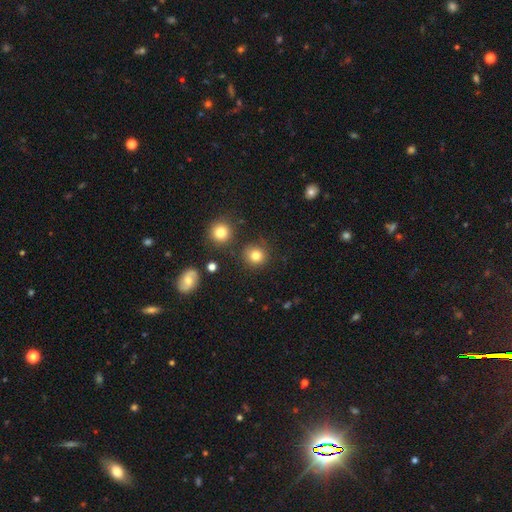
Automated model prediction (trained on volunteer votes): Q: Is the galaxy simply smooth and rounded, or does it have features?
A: smooth — 81%.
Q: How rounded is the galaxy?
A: round — 91%.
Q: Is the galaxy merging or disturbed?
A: none — 85%.